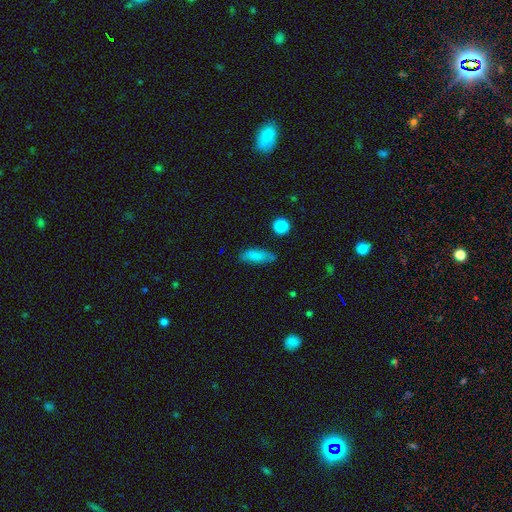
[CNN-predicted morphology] smooth-or-featured: smooth: 79% | featured or disk: 12% | star or artifact: 9%
  how-rounded: in between: 67% | cigar-shaped: 30% | round: 3%
  merging: none: 72% | minor disturbance: 20% | major disturbance: 5% | merger: 2%